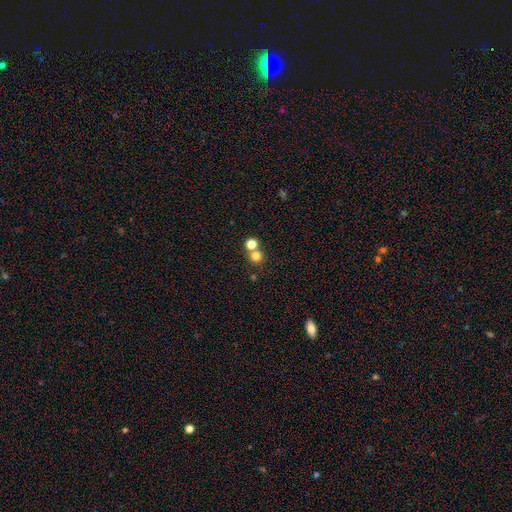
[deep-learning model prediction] Overall: smooth (77%). How rounded: round (91%). Merging: none (61%; merger 31%).